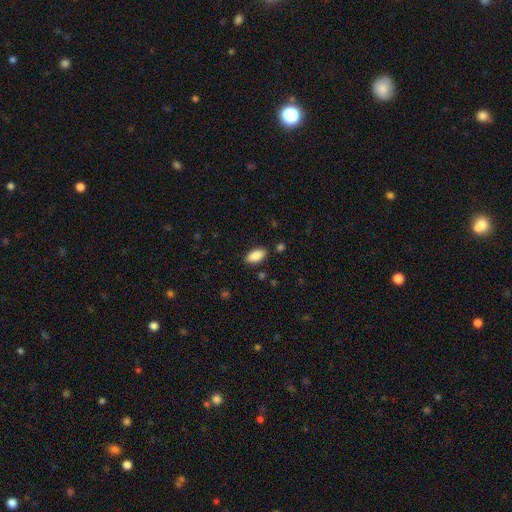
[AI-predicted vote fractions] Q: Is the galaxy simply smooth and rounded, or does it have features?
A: smooth — 88%.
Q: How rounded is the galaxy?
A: in between — 92%.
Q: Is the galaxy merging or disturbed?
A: none — 86%.